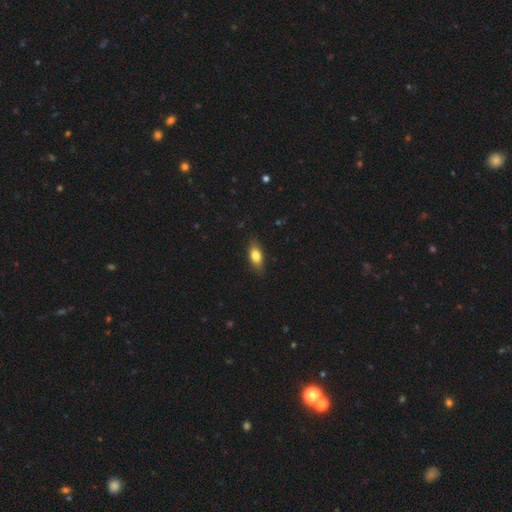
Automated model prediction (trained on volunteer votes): Overall: smooth (78%). How rounded: in between (83%). Merging: none (84%).